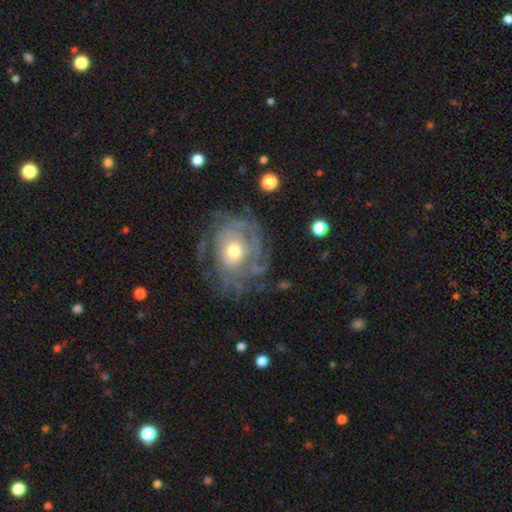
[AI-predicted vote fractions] The model was most divided on "bulge size": moderate: 59%, small: 34%, large: 4%, dominant: 1%, none: 1%. More confident: edge-on disk — no (95%); spiral arms — yes (80%); merging — none (75%); bar — no (67%); smooth or featured — featured or disk (64%).